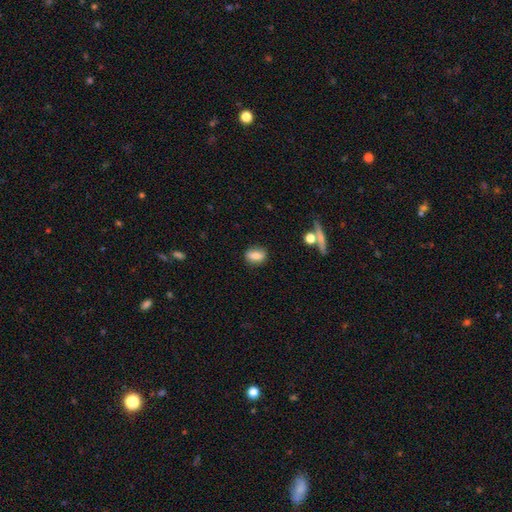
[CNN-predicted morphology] Smooth or featured? Predicted: smooth (p=0.75). How rounded? Predicted: in between (p=0.72). Merging? Predicted: none (p=0.82).